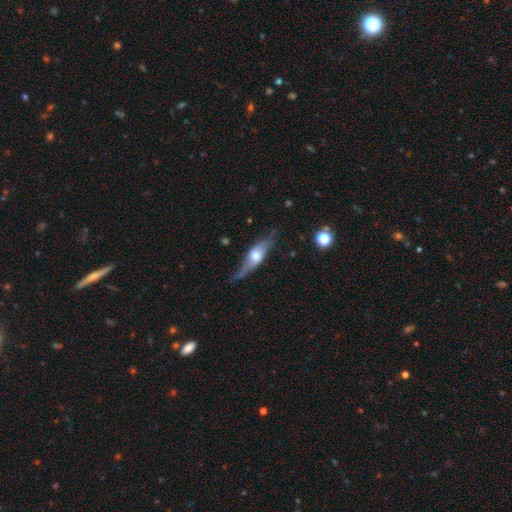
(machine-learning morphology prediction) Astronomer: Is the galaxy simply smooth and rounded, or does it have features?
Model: featured or disk — 56% (runner-up: smooth, 38%).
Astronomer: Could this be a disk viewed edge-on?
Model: yes — 63%.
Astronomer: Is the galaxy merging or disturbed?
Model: none — 55% (runner-up: minor disturbance, 30%).